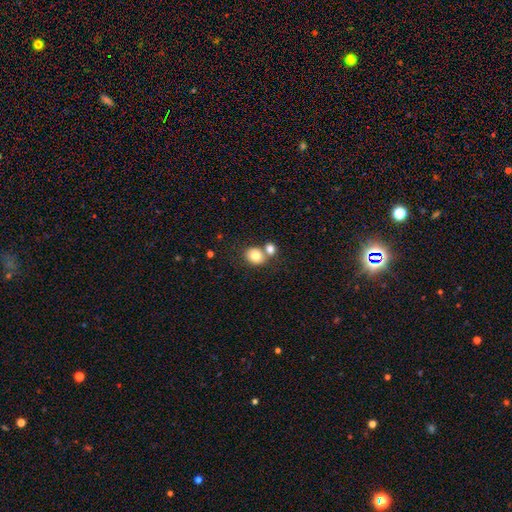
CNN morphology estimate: A smooth galaxy with no disk features (79%) that is round (65%).

Vote fractions:
- Smooth or featured? smooth: 79% / featured or disk: 12% / star or artifact: 10%
- How rounded? round: 65% / in between: 34% / cigar-shaped: 1%
- Merging? none: 50% / merger: 38% / minor disturbance: 9% / major disturbance: 3%